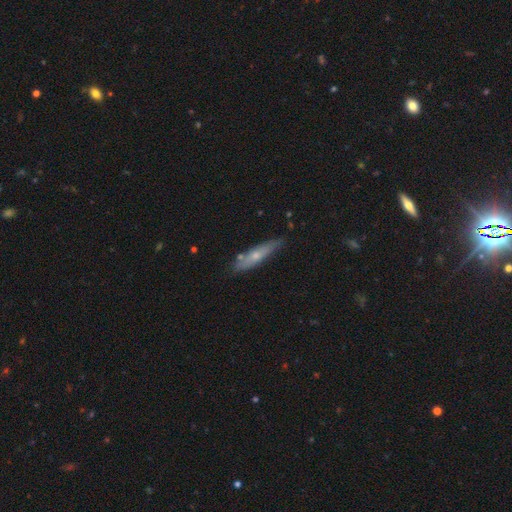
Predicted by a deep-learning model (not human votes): Smooth or featured? Predicted: smooth (p=0.48). Merging? Predicted: none (p=0.76).